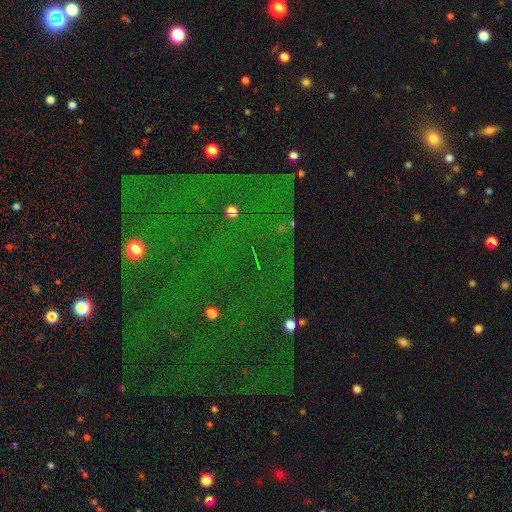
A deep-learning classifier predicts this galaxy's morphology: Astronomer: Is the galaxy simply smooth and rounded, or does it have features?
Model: star or artifact — 76%.